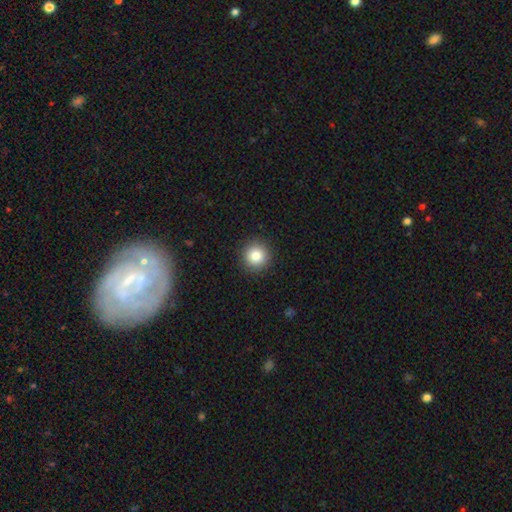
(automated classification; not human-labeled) A smooth galaxy with no disk features (84%) that is round (95%).

Vote fractions:
- Smooth or featured? smooth: 84% / star or artifact: 10% / featured or disk: 6%
- How rounded? round: 95% / in between: 4% / cigar-shaped: 1%
- Merging? none: 92% / minor disturbance: 5% / major disturbance: 2% / merger: 1%